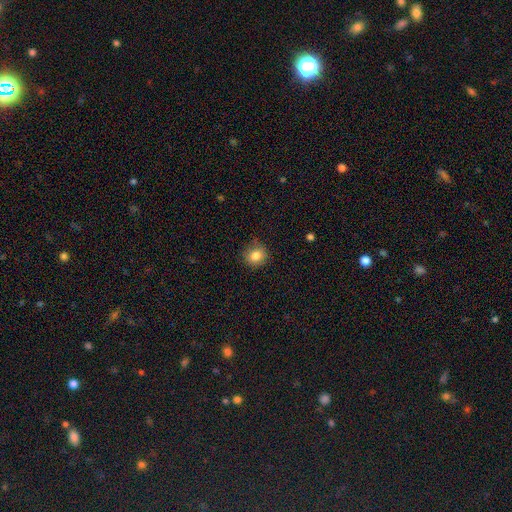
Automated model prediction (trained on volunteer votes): A smooth galaxy with no disk features (84%) that is round (85%).

Vote fractions:
- Smooth or featured? smooth: 84% / star or artifact: 10% / featured or disk: 6%
- How rounded? round: 85% / in between: 14% / cigar-shaped: 1%
- Merging? none: 82% / minor disturbance: 14% / major disturbance: 3% / merger: 1%